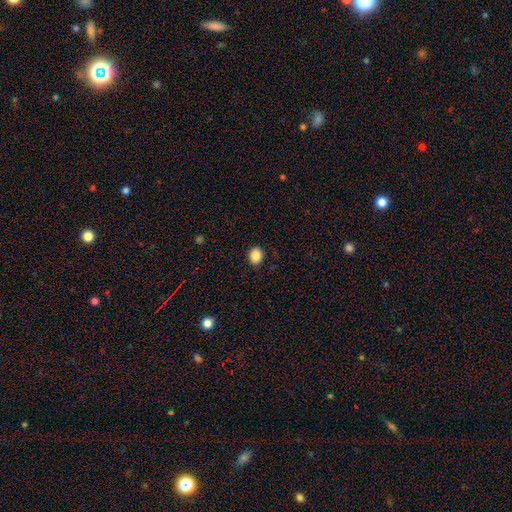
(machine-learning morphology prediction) The model was most divided on "how rounded": round: 66%, in between: 33%, cigar-shaped: 1%. More confident: merging — none (90%); smooth or featured — smooth (87%).